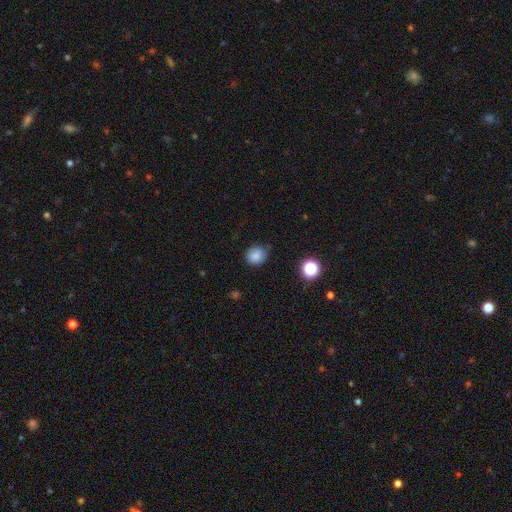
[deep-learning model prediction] The model was most divided on "merging": none: 72%, minor disturbance: 22%, major disturbance: 4%, merger: 2%. More confident: smooth or featured — smooth (82%); how rounded — round (81%).